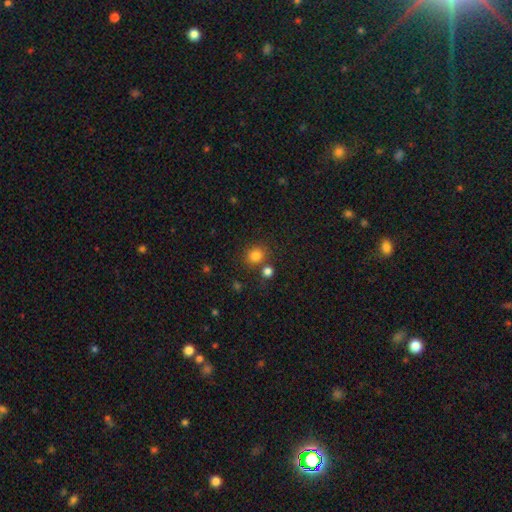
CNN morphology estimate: smooth-or-featured: smooth: 82% | star or artifact: 13% | featured or disk: 5%
  how-rounded: round: 71% | in between: 28% | cigar-shaped: 1%
  merging: none: 72% | merger: 15% | minor disturbance: 10% | major disturbance: 4%